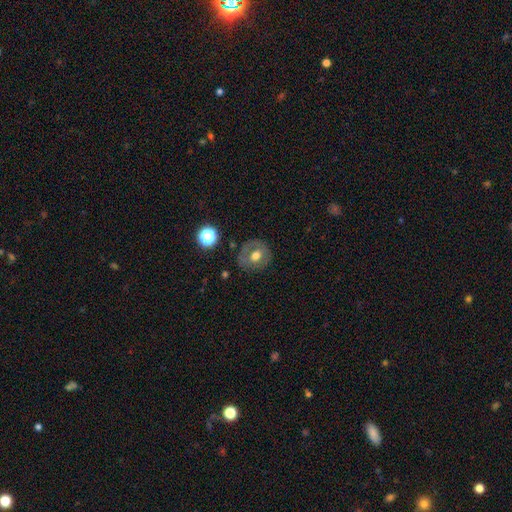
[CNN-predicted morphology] Smooth or featured? Predicted: smooth (p=0.53). How rounded? Predicted: round (p=0.74). Merging? Predicted: none (p=0.74).